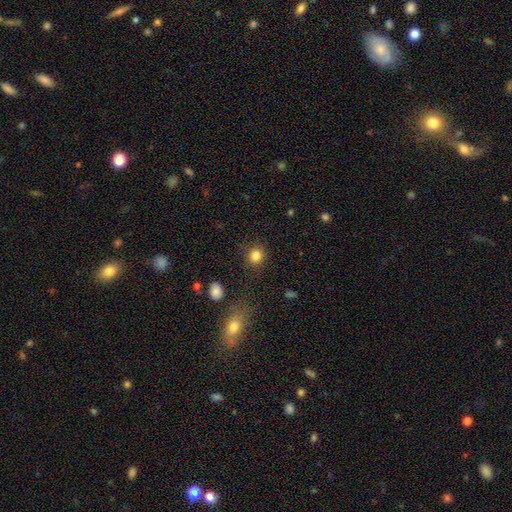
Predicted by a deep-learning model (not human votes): smooth 84%, star or artifact 11%, featured or disk 5%. Down the decision tree: how rounded — round (85%); merging — none (87%).